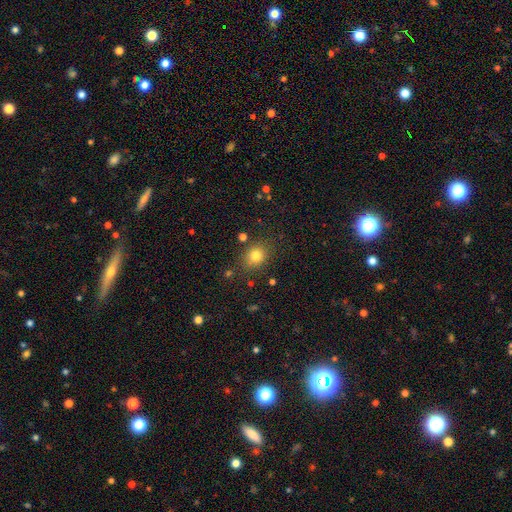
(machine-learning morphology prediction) This appears to be a smooth galaxy with no disk features (78%) that is round (66%). Merging: none (81%).